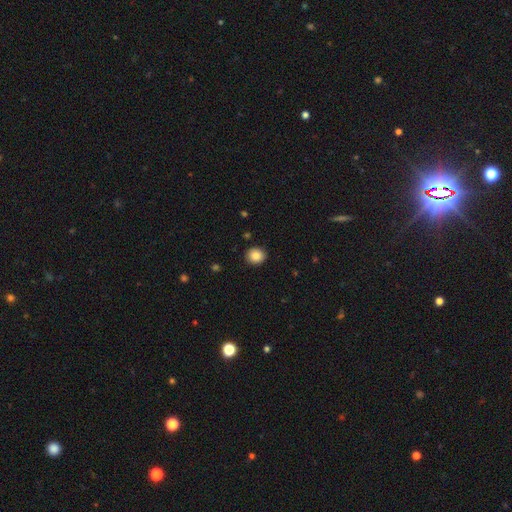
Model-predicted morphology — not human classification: type=smooth (86%); roundness=round (81%); merging=none (91%).